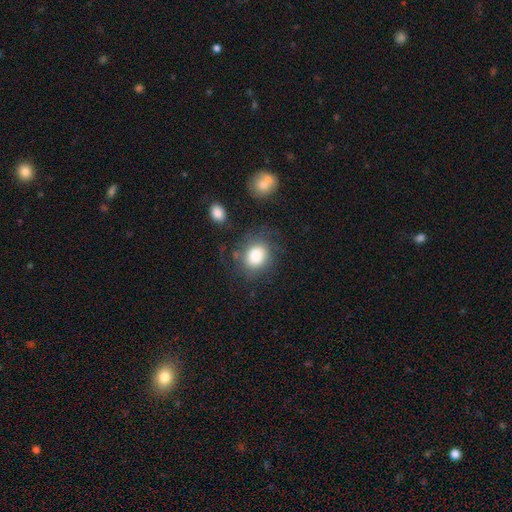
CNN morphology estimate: smooth 82%, featured or disk 9%, star or artifact 8%. Down the decision tree: how rounded — round (61%); merging — none (64%).